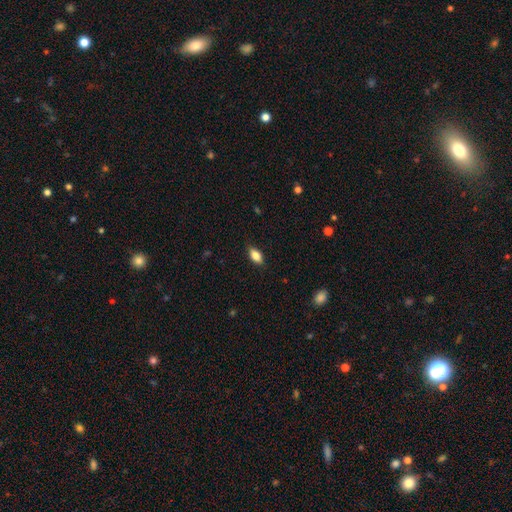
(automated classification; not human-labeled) Overall: smooth (79%). How rounded: in between (86%). Merging: none (85%).